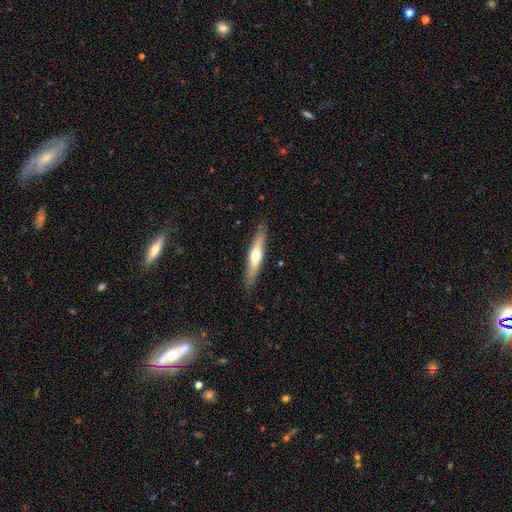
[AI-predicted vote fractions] Smooth or featured: smooth — 47% (tied with featured or disk — 47%)
Merging: none — 85% (minor disturbance — 12%)